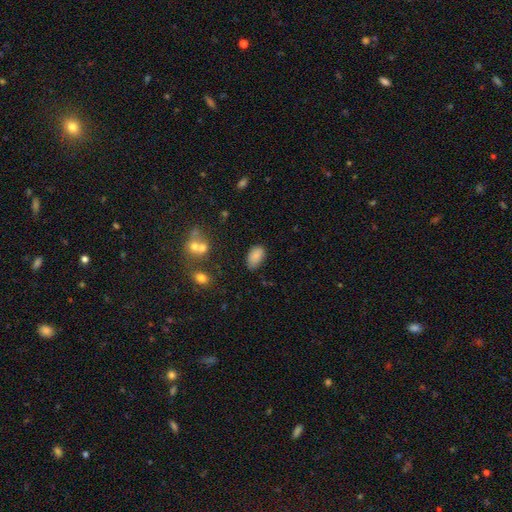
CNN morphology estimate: Overall: smooth (85%). How rounded: in between (92%). Merging: none (75%).